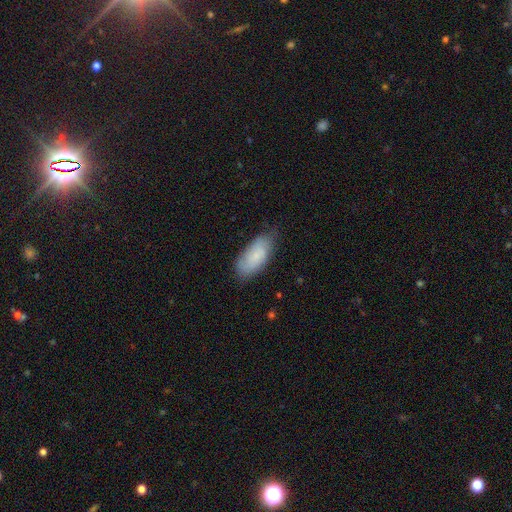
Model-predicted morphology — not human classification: Q: Smooth or featured?
A: smooth (68%); runner-up: featured or disk (25%)
Q: How rounded?
A: in between (89%); runner-up: cigar-shaped (8%)
Q: Merging?
A: none (63%); runner-up: minor disturbance (29%)